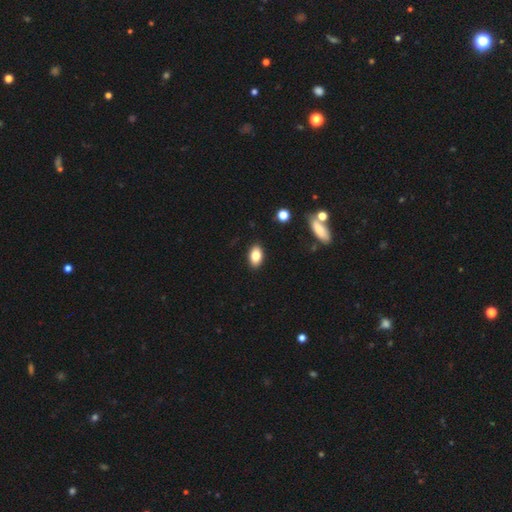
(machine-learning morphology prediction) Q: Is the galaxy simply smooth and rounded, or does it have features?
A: smooth — 82%.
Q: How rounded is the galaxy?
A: in between — 90%.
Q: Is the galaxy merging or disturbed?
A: none — 89%.